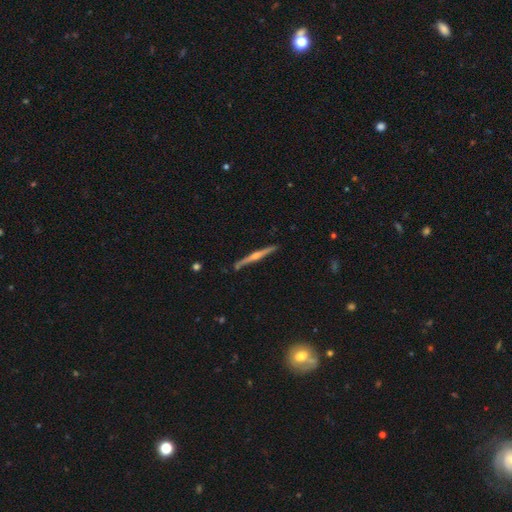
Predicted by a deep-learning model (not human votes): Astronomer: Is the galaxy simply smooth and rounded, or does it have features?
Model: featured or disk — 81%.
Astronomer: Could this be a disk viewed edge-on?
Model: yes — 99%.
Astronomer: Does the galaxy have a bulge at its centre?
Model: rounded — 85%.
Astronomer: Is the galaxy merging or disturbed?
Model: none — 90%.